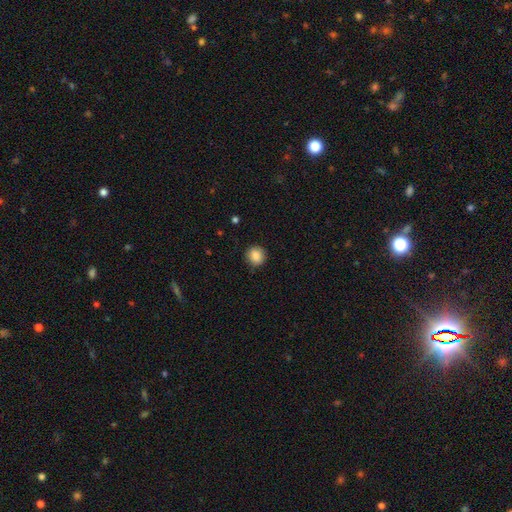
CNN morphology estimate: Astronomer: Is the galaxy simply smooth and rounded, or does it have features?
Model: smooth — 88%.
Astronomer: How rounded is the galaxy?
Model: round — 87%.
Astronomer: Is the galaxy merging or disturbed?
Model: none — 87%.